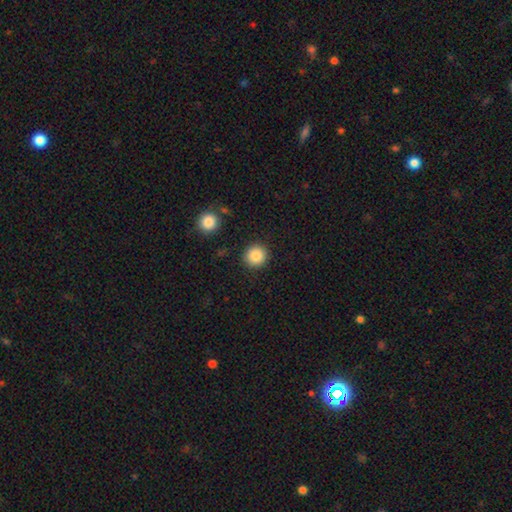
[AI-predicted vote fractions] A smooth galaxy with no disk features (87%) that is round (94%).

Vote fractions:
- Smooth or featured? smooth: 87% / star or artifact: 9% / featured or disk: 4%
- How rounded? round: 94% / in between: 5% / cigar-shaped: 1%
- Merging? none: 91% / minor disturbance: 6% / major disturbance: 2% / merger: 2%